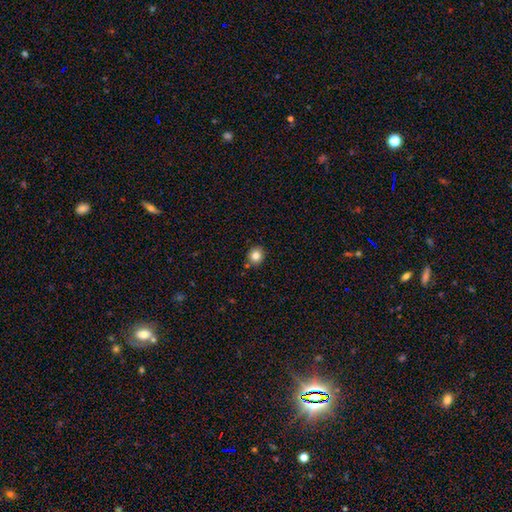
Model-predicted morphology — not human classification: Smooth or featured?
  - smooth: 82% *
  - star or artifact: 11%
  - featured or disk: 7%
How rounded?
  - round: 84% *
  - in between: 15%
  - cigar-shaped: 1%
Merging?
  - none: 85% *
  - minor disturbance: 9%
  - merger: 5%
  - major disturbance: 2%